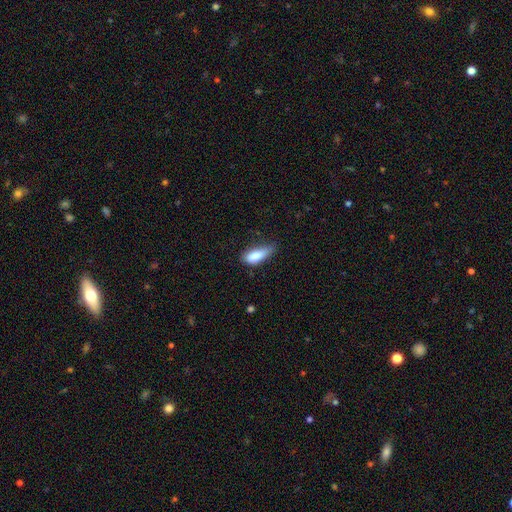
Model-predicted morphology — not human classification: The model was most divided on "merging": none: 44%, minor disturbance: 42%, major disturbance: 12%, merger: 2%. More confident: smooth or featured — smooth (81%); how rounded — in between (74%).